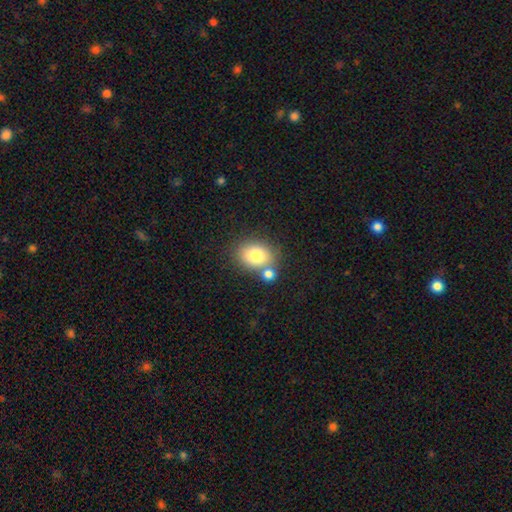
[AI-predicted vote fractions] The model was most divided on "how rounded": in between: 57%, round: 42%, cigar-shaped: 1%. More confident: smooth or featured — smooth (79%); merging — none (60%).